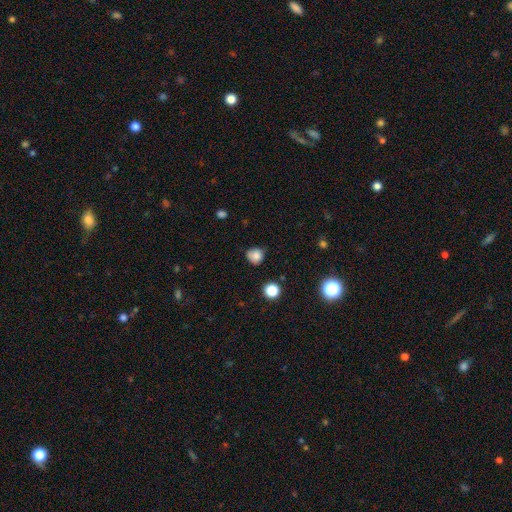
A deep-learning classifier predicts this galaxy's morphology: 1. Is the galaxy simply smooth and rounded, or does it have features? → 79% smooth, 12% star or artifact, 8% featured or disk.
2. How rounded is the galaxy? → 80% round, 19% in between, 1% cigar-shaped.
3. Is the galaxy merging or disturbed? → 64% none, 27% minor disturbance, 6% major disturbance, 3% merger.